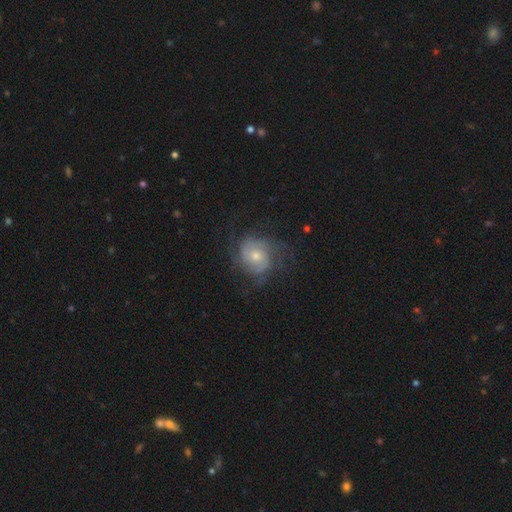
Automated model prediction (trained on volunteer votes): This appears to be a featured or disk galaxy (70%) with no bar (74%), 2 (36%) tight (46%) spiral arms (88%) and a moderate central bulge (57%). Merging: none (61%).